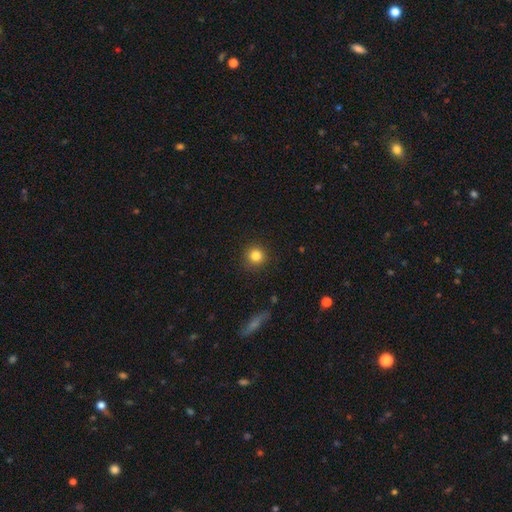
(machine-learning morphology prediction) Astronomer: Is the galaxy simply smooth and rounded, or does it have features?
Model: smooth — 83%.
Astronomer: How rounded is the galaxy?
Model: round — 93%.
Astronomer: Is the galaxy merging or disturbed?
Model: none — 90%.